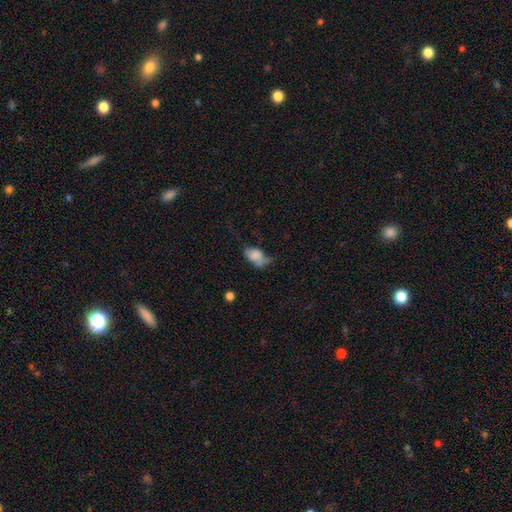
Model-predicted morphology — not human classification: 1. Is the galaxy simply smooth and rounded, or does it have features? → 69% smooth, 21% featured or disk, 10% star or artifact.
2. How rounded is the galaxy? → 87% in between, 10% round, 3% cigar-shaped.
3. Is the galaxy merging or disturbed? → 34% minor disturbance, 29% none, 27% major disturbance, 10% merger.